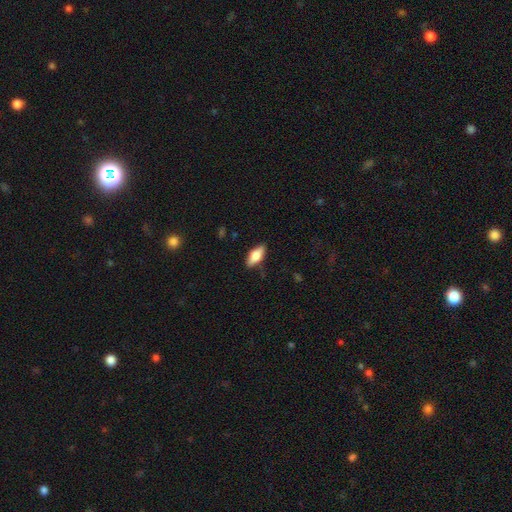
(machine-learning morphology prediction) The model was most divided on "smooth or featured": smooth: 67%, featured or disk: 26%, star or artifact: 6%. More confident: merging — none (85%); how rounded — in between (80%).